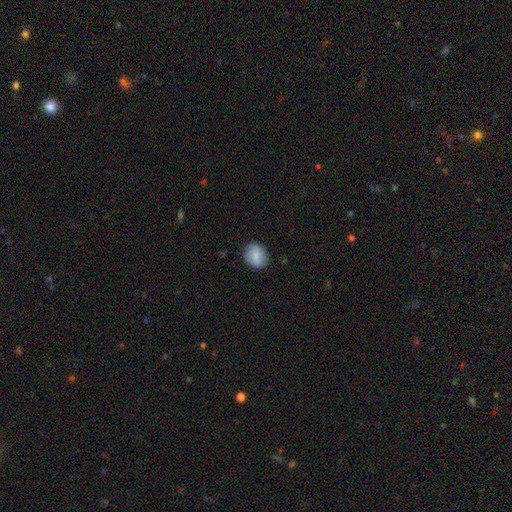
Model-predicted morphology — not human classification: Smooth or featured?
  - smooth: 75% *
  - featured or disk: 17%
  - star or artifact: 8%
How rounded?
  - round: 54% *
  - in between: 45%
  - cigar-shaped: 1%
Merging?
  - none: 84% *
  - minor disturbance: 12%
  - major disturbance: 3%
  - merger: 1%